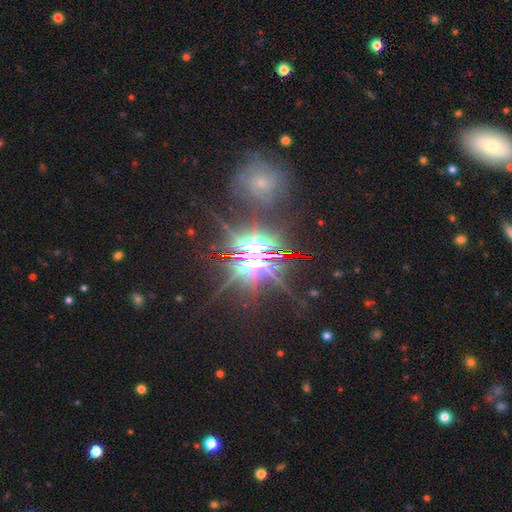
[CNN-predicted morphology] The model was most divided on "smooth or featured": star or artifact: 80%, featured or disk: 14%, smooth: 6%.